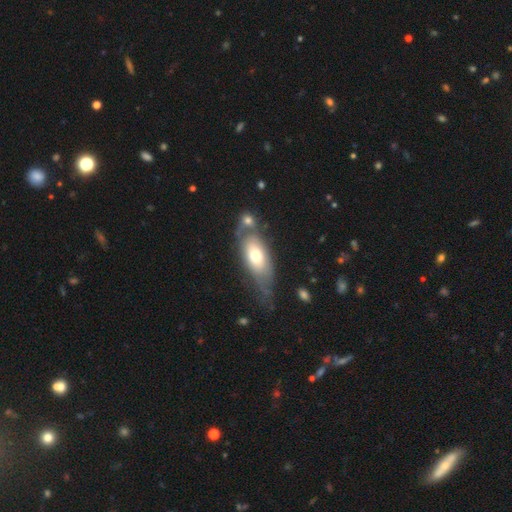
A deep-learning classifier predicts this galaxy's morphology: The model was most divided on "merging": none: 38%, minor disturbance: 24%, merger: 23%, major disturbance: 15%. More confident: how rounded — in between (84%); smooth or featured — smooth (56%).